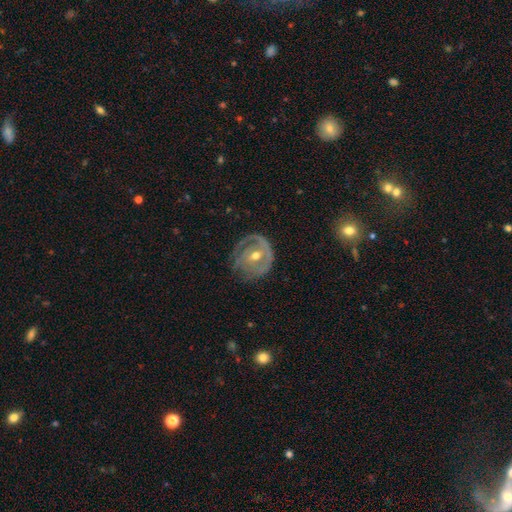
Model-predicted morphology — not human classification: Smooth or featured? featured or disk (76%)
Edge-on disk? no (97%)
Bar? no (63%)
Spiral arms? yes (77%)
Spiral winding? tight (67%)
Spiral arm count? 1 (34%)
Bulge size? moderate (67%)
Merging? none (61%)